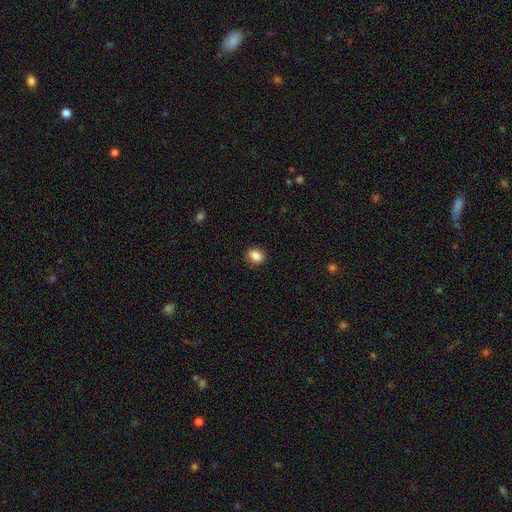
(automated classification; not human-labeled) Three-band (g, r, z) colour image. It shows a smooth galaxy with no disk features (86%) that is round (59%). Merging: none (88%).